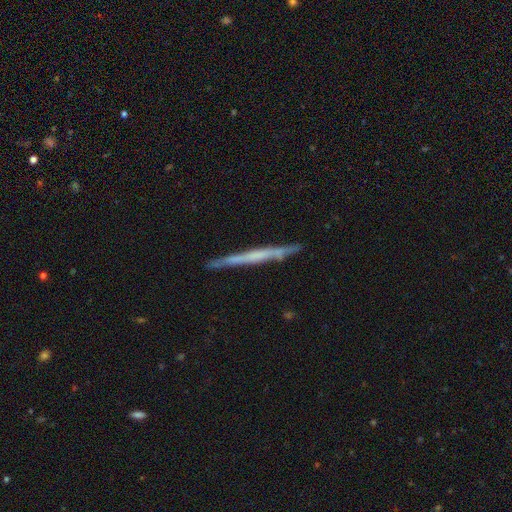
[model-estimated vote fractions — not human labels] Morphology: type=featured or disk (59%); edge-on=yes (96%); edge-on bulge=none (79%); merging=none (87%).